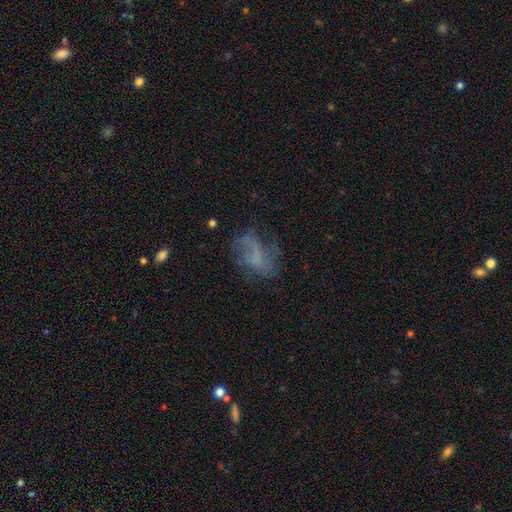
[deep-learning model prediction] Smooth or featured? featured or disk (51%)
Edge-on disk? no (96%)
Merging? none (44%)